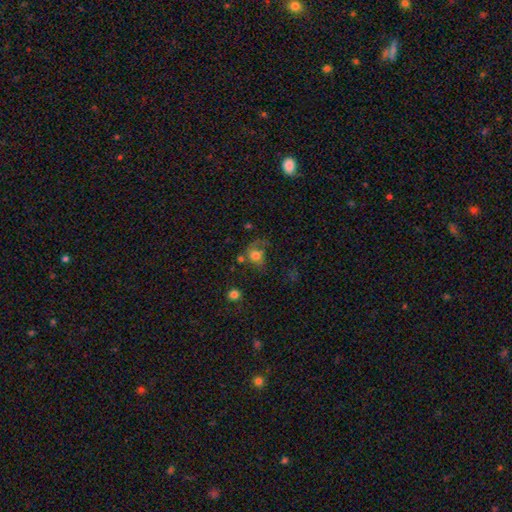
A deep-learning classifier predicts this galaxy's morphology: Smooth or featured?
  - smooth: 66% *
  - featured or disk: 20%
  - star or artifact: 14%
How rounded?
  - round: 57% *
  - in between: 42%
  - cigar-shaped: 1%
Merging?
  - major disturbance: 37% *
  - none: 30%
  - minor disturbance: 22%
  - merger: 11%